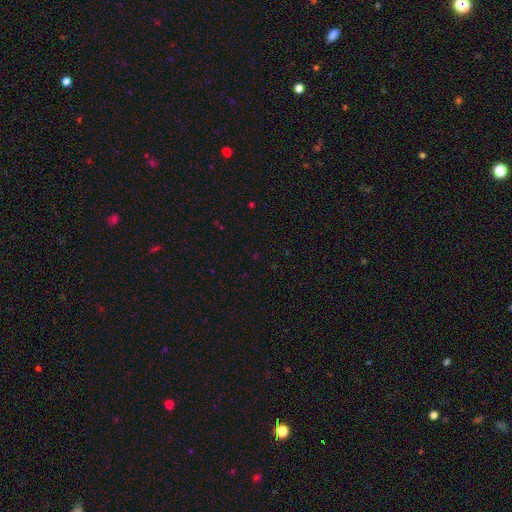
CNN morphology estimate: Q: Smooth or featured?
A: star or artifact (67%); runner-up: smooth (26%)